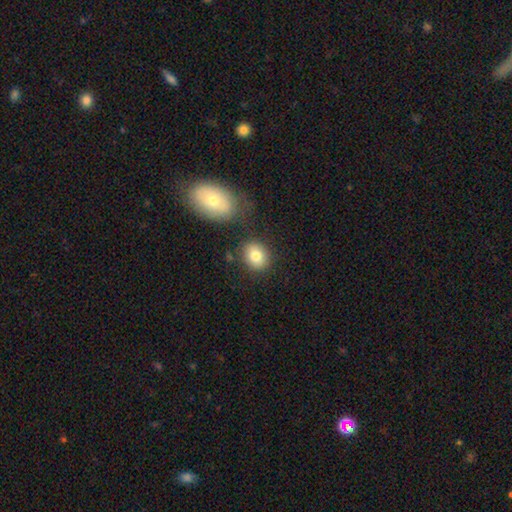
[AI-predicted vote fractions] This appears to be a smooth galaxy with no disk features (81%) that is round (61%). Merging: none (79%).